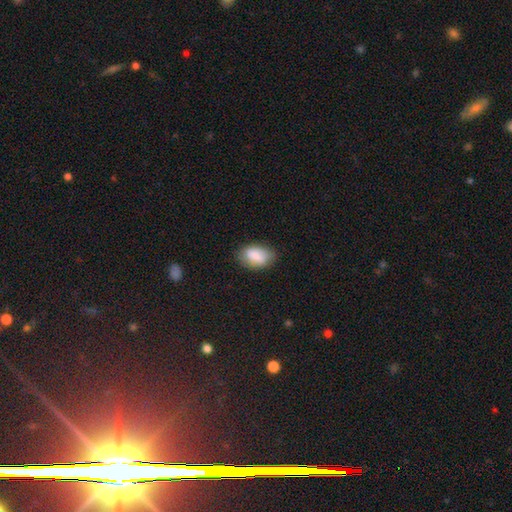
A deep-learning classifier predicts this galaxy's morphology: type=smooth (82%); roundness=in between (89%); merging=none (75%).